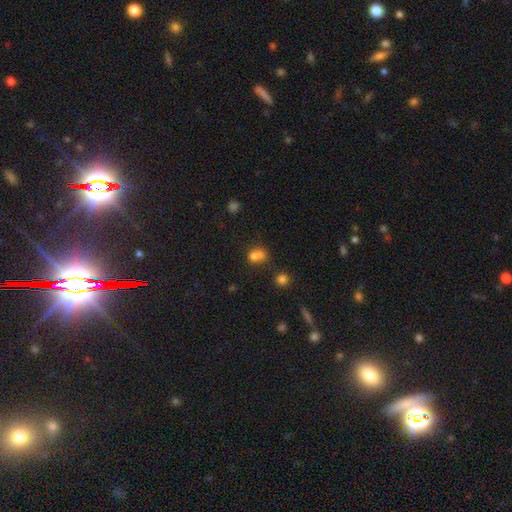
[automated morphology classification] Smooth or featured? Predicted: smooth (p=0.71). How rounded? Predicted: round (p=0.63). Merging? Predicted: merger (p=0.53).